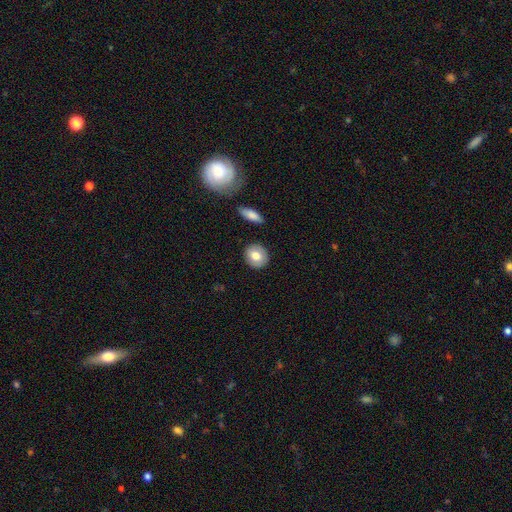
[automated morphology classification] Smooth or featured?
  - smooth: 77% *
  - featured or disk: 16%
  - star or artifact: 7%
How rounded?
  - round: 78% *
  - in between: 21%
  - cigar-shaped: 1%
Merging?
  - none: 87% *
  - minor disturbance: 8%
  - merger: 2%
  - major disturbance: 2%